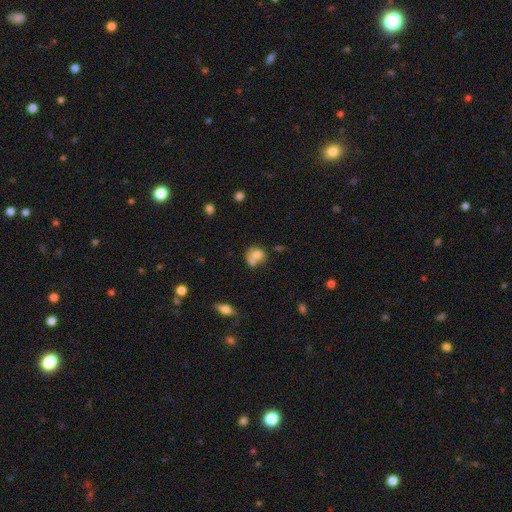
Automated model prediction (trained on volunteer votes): The model was most divided on "merging": merger: 54%, none: 30%, minor disturbance: 11%, major disturbance: 6%. More confident: smooth or featured — smooth (71%); how rounded — round (64%).